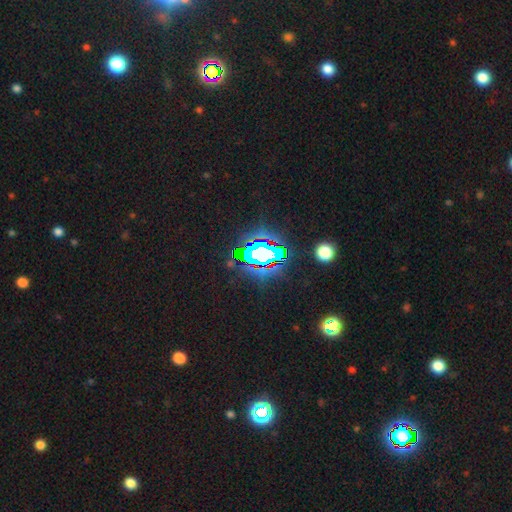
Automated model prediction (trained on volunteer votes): star or artifact 81%, smooth 11%, featured or disk 8%.